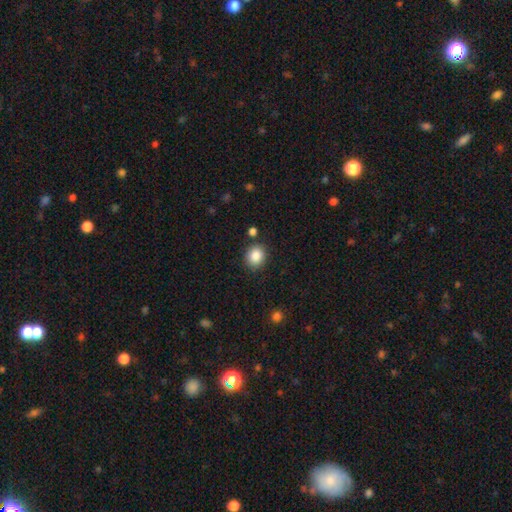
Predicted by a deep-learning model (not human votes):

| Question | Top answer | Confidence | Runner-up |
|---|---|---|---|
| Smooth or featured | smooth | 87% | star or artifact (9%) |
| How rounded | round | 72% | in between (27%) |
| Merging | none | 84% | minor disturbance (9%) |